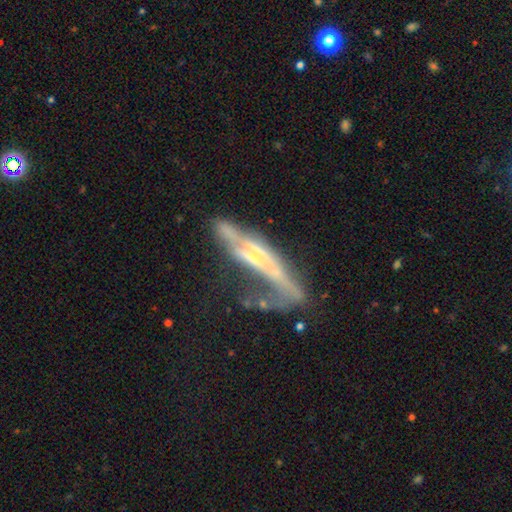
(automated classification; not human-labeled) Smooth or featured?
  - featured or disk: 72% *
  - smooth: 21%
  - star or artifact: 8%
Edge-on disk?
  - yes: 64% *
  - no: 36%
Merging?
  - none: 36% *
  - major disturbance: 31%
  - minor disturbance: 24%
  - merger: 9%